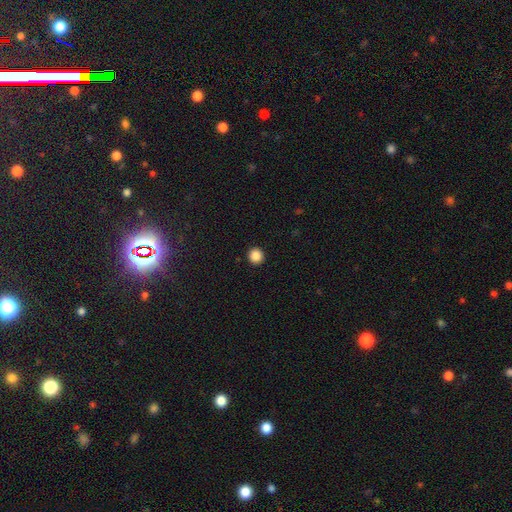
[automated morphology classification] Q: Smooth or featured?
A: smooth (87%); runner-up: star or artifact (10%)
Q: How rounded?
A: round (95%); runner-up: in between (4%)
Q: Merging?
A: none (94%); runner-up: minor disturbance (4%)